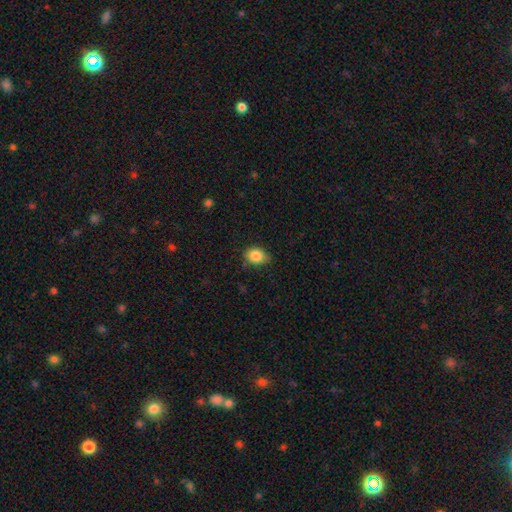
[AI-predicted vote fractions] smooth_or_featured: smooth (p=0.85) [alt: star or artifact p=0.09]
how_rounded: in between (p=0.58) [alt: round p=0.40]
merging: none (p=0.72) [alt: minor disturbance p=0.23]